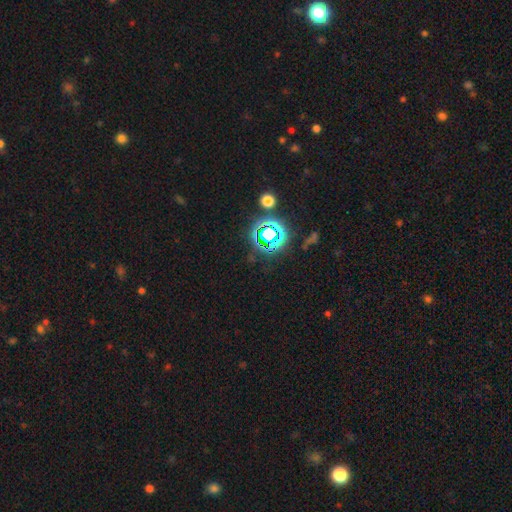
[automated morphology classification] star or artifact 74%, smooth 20%, featured or disk 7%.